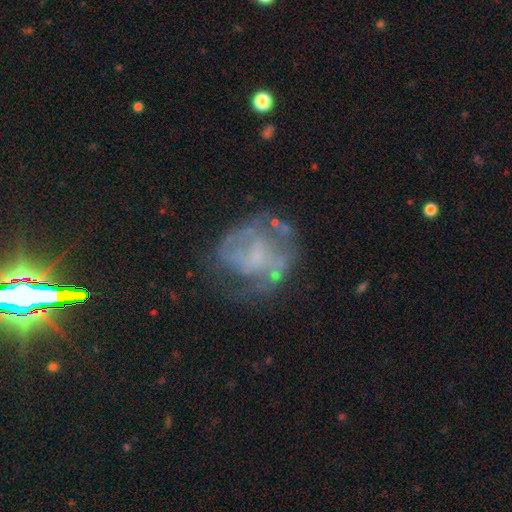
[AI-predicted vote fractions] Smooth or featured?
  - featured or disk: 69% *
  - smooth: 21%
  - star or artifact: 10%
Edge-on disk?
  - no: 98% *
  - yes: 2%
Bar?
  - no: 63% *
  - weak: 29%
  - strong: 8%
Spiral arms?
  - yes: 60% *
  - no: 40%
Bulge size?
  - none: 51% *
  - small: 24%
  - moderate: 18%
  - large: 5%
  - dominant: 1%
Merging?
  - none: 51% *
  - major disturbance: 23%
  - minor disturbance: 22%
  - merger: 4%